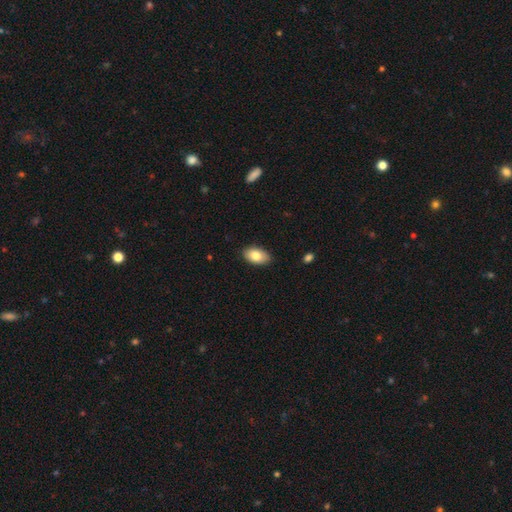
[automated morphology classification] Smooth or featured?
  - smooth: 82% *
  - featured or disk: 11%
  - star or artifact: 7%
How rounded?
  - in between: 93% *
  - round: 6%
  - cigar-shaped: 1%
Merging?
  - none: 87% *
  - minor disturbance: 10%
  - major disturbance: 2%
  - merger: 1%